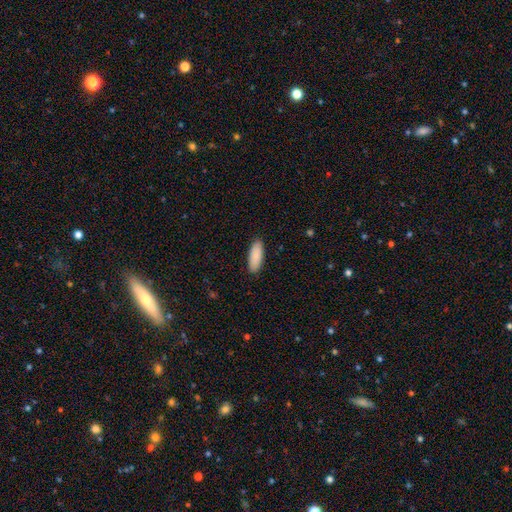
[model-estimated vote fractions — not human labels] Morphology: type=smooth (89%); roundness=in between (71%); merging=none (89%).